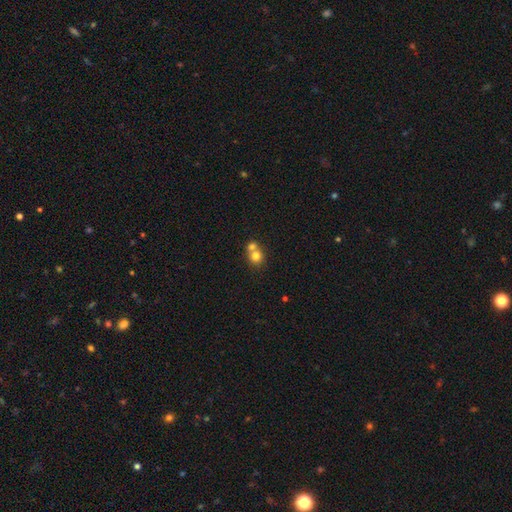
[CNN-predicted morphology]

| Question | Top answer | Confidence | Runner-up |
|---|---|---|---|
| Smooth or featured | smooth | 76% | featured or disk (12%) |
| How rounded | round | 84% | in between (16%) |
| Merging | merger | 56% | none (37%) |